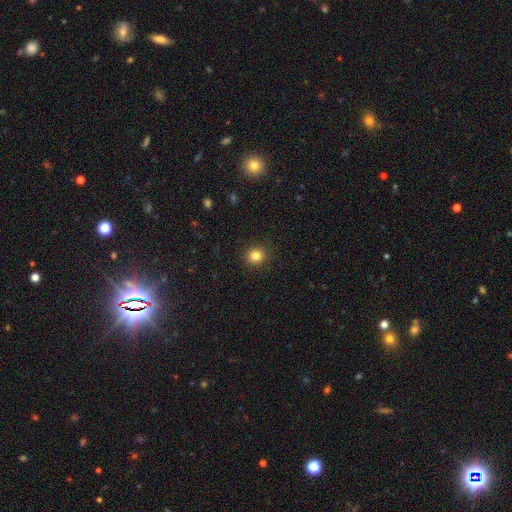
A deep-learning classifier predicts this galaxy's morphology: Overall: smooth (83%). How rounded: round (86%). Merging: none (91%).